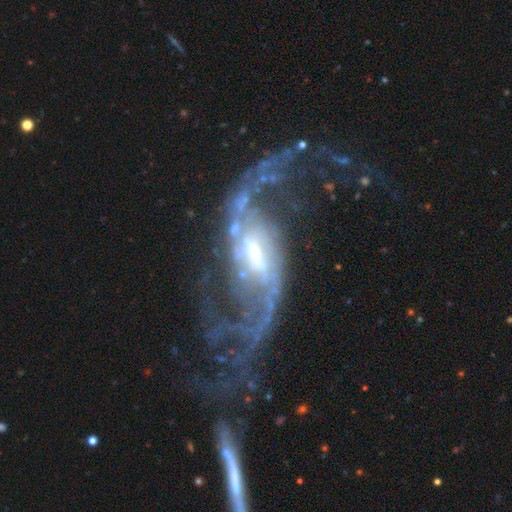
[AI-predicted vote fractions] A featured or disk galaxy (91%) with a weak bar (47%), 2 (88%) loose (69%) spiral arms (95%) and a moderate central bulge (45%).

Vote fractions:
- Smooth or featured? featured or disk: 91% / star or artifact: 5% / smooth: 4%
- Edge-on disk? no: 95% / yes: 5%
- Bar? weak: 47% / strong: 37% / no: 16%
- Spiral arms? yes: 95% / no: 5%
- Spiral winding? loose: 69% / medium: 24% / tight: 8%
- Spiral arm count? 2: 88% / can't tell: 4% / 1: 2% / 3: 2% / 4: 2% / more than 4: 2%
- Bulge size? moderate: 45% / small: 42% / large: 7% / none: 4% / dominant: 2%
- Merging? none: 53% / major disturbance: 25% / minor disturbance: 15% / merger: 6%